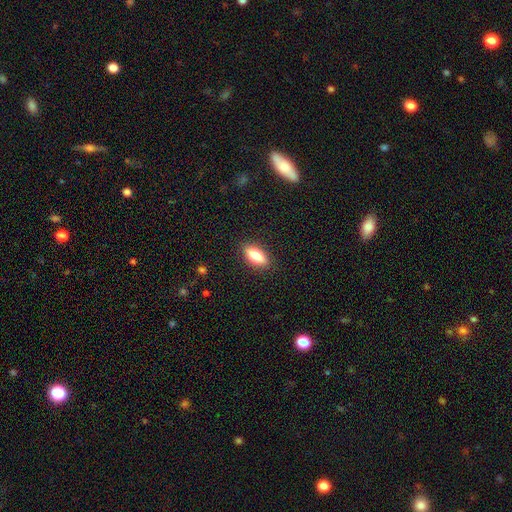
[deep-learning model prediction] Smooth or featured? Predicted: smooth (p=0.81). How rounded? Predicted: in between (p=0.83). Merging? Predicted: none (p=0.87).